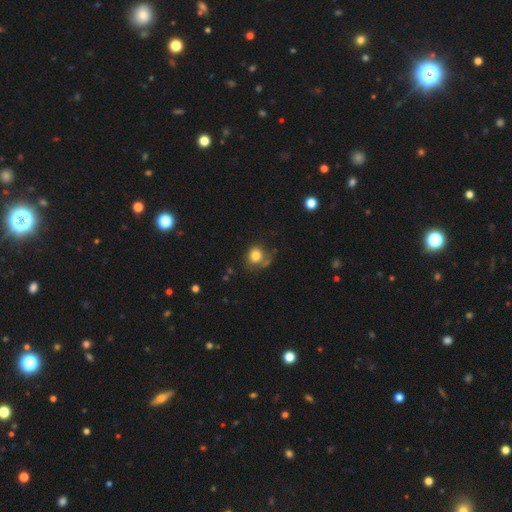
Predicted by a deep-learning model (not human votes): Overall: smooth (80%). How rounded: round (79%). Merging: none (59%; minor disturbance 23%).